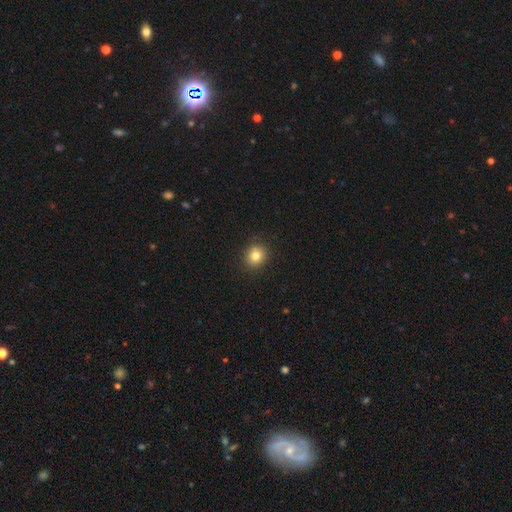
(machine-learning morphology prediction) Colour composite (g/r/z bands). It shows a smooth galaxy with no disk features (82%) that is round (77%). Merging: none (89%).